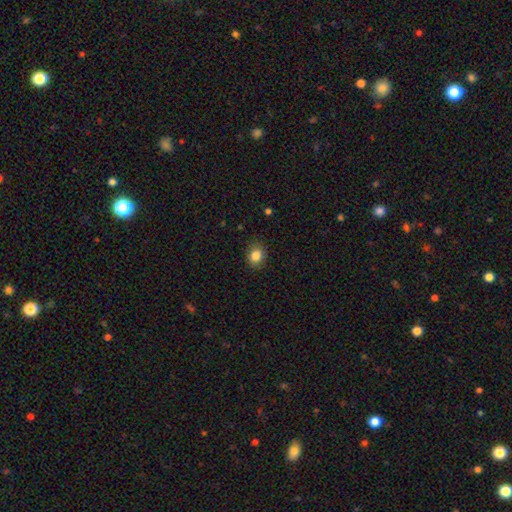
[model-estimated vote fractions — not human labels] This is clearly a smooth galaxy (84%). How rounded: possibly round (55%). Merging: clearly none (85%).